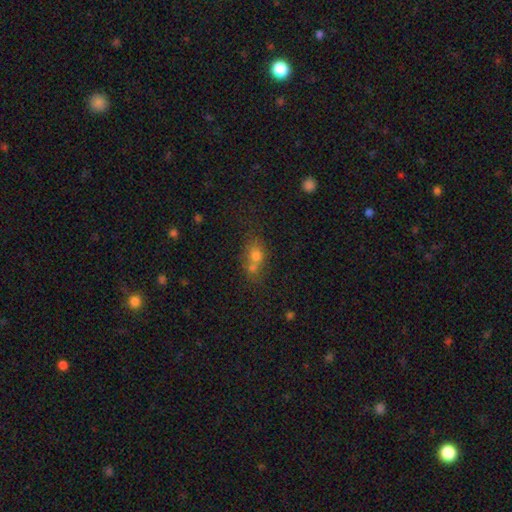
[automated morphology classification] Q: Smooth or featured?
A: smooth (68%); runner-up: featured or disk (17%)
Q: How rounded?
A: round (49%); runner-up: in between (48%)
Q: Merging?
A: merger (51%); runner-up: none (33%)